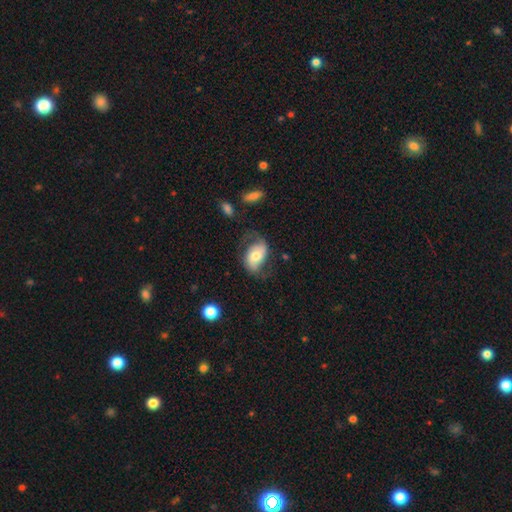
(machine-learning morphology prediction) This appears to be a featured or disk galaxy (54%) with no bar (52%), spiral arms (84%) and a moderate central bulge (60%). Merging: none (54%).